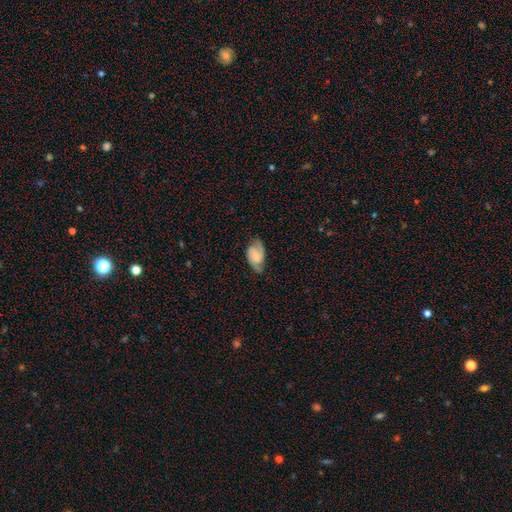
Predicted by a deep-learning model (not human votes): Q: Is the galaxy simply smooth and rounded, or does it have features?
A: featured or disk — 69%.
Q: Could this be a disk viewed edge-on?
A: no — 97%.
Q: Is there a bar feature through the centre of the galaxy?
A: weak — 44%.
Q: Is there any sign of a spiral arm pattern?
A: yes — 94%.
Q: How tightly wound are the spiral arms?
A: medium — 48%.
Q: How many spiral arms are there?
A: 2 — 85%.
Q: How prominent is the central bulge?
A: small — 43%.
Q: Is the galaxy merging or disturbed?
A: none — 66%.